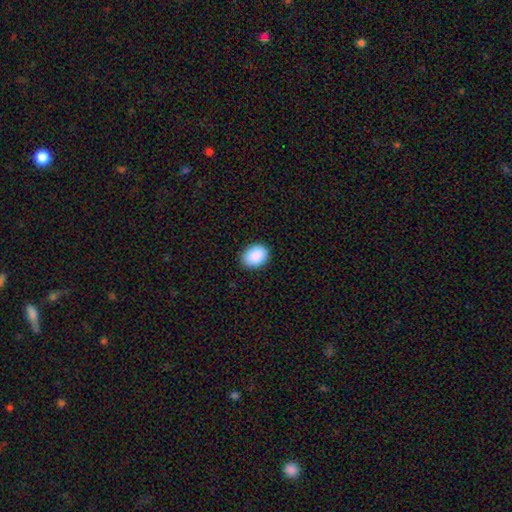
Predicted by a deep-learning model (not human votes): This appears to be a smooth galaxy with no disk features (90%) that is in between round and cigar-shaped (69%). Merging: none (88%).